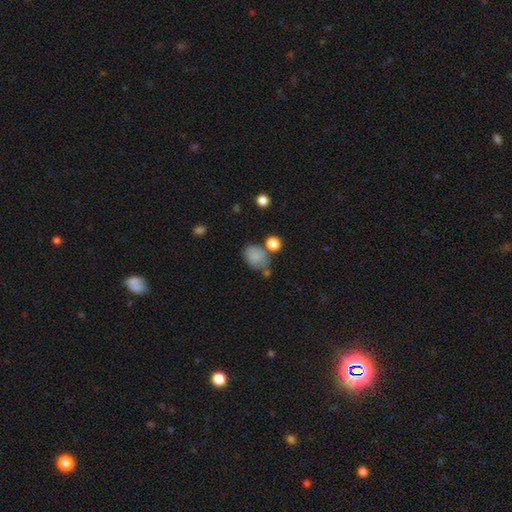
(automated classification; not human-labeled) Smooth or featured? Predicted: smooth (p=0.81). How rounded? Predicted: in between (p=0.62). Merging? Predicted: none (p=0.52).